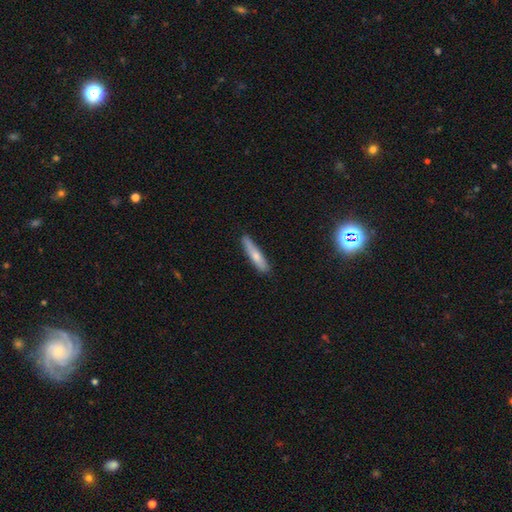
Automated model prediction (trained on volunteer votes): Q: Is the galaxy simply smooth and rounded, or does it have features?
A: smooth — 66%.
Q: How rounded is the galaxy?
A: cigar-shaped — 86%.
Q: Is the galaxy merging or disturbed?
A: none — 82%.